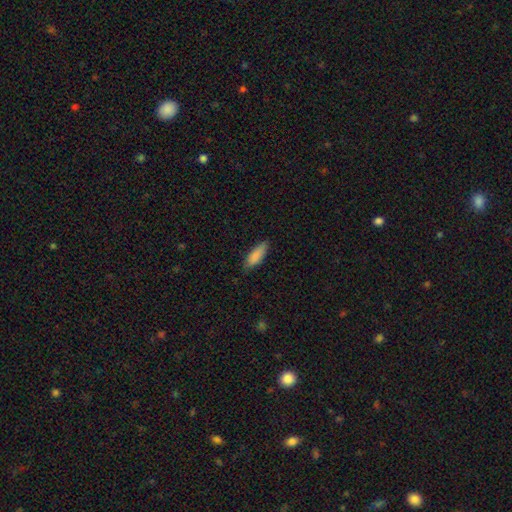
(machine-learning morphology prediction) A smooth galaxy with no disk features (87%) that is in between round and cigar-shaped (67%).

Vote fractions:
- Smooth or featured? smooth: 87% / featured or disk: 7% / star or artifact: 6%
- How rounded? in between: 67% / cigar-shaped: 31% / round: 2%
- Merging? none: 77% / minor disturbance: 18% / major disturbance: 3% / merger: 1%